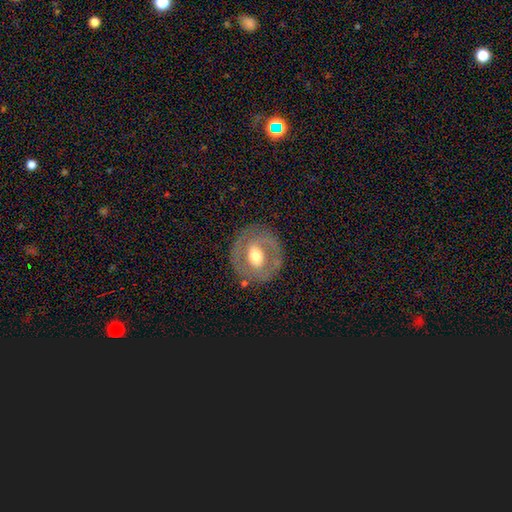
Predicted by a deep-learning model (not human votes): A featured or disk galaxy (59%) with no bar (40%), no spiral arms (67%) and a moderate central bulge (70%). Merging: none (79%).